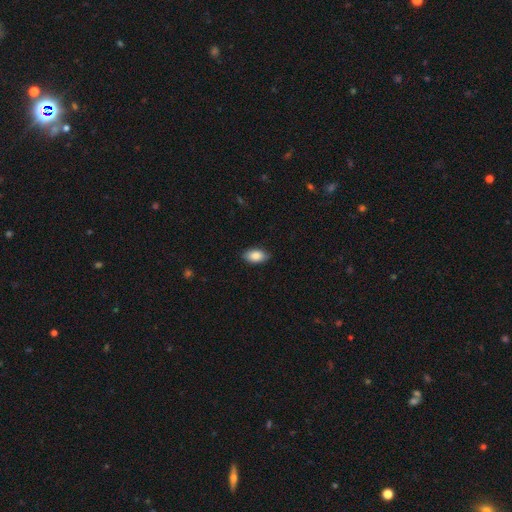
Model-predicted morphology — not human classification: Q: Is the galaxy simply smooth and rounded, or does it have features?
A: smooth — 86%.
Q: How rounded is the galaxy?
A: in between — 93%.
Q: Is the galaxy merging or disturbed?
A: none — 87%.